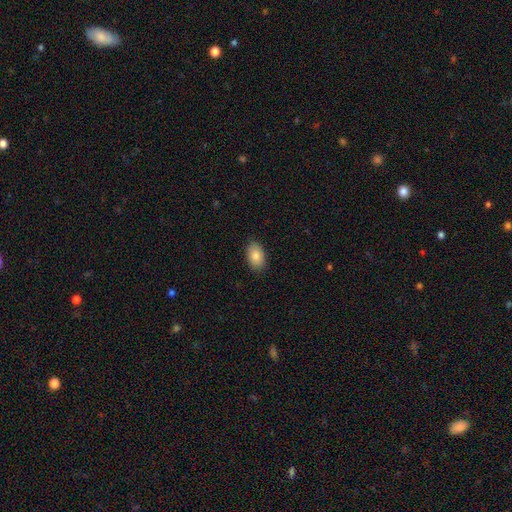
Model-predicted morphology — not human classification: The model was most divided on "smooth or featured": smooth: 84%, featured or disk: 9%, star or artifact: 7%. More confident: how rounded — in between (91%); merging — none (87%).